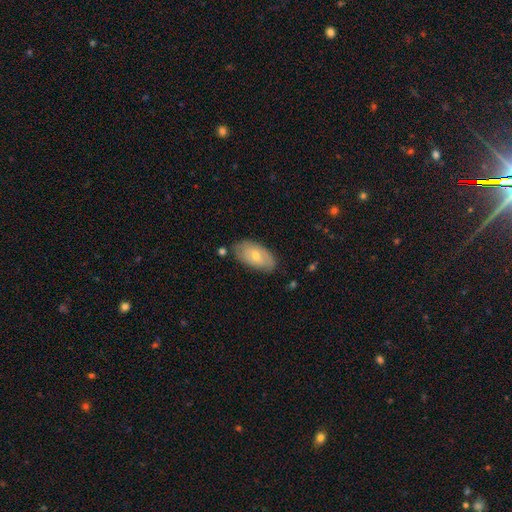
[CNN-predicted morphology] smooth-or-featured: smooth: 48% | featured or disk: 45% | star or artifact: 7%
  merging: none: 76% | minor disturbance: 18% | major disturbance: 3% | merger: 2%